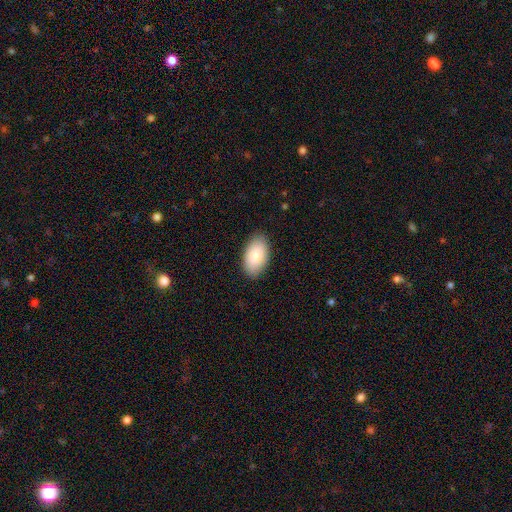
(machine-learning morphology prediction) Smooth or featured: smooth — 83% (featured or disk — 11%)
How rounded: in between — 95% (round — 4%)
Merging: none — 87% (minor disturbance — 10%)